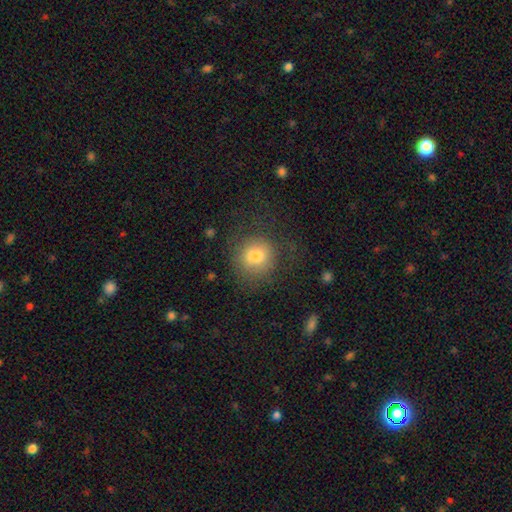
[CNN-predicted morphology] type=smooth (75%); roundness=round (86%); merging=none (68%).